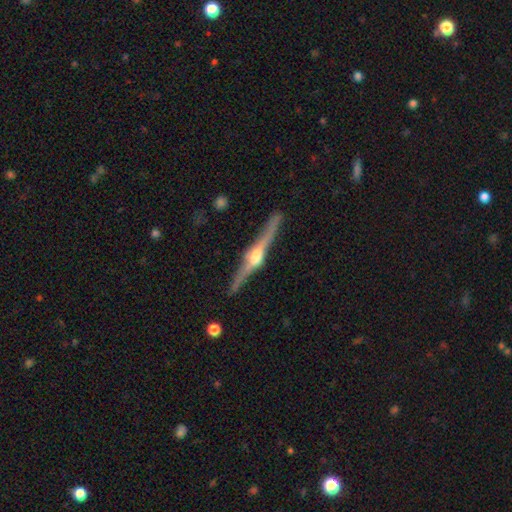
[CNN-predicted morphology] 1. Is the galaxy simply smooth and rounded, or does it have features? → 85% featured or disk, 10% smooth, 5% star or artifact.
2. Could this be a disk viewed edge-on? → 98% yes, 2% no.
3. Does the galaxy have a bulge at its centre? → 89% rounded, 8% boxy, 3% none.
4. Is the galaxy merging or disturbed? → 86% none, 10% minor disturbance, 2% major disturbance, 2% merger.